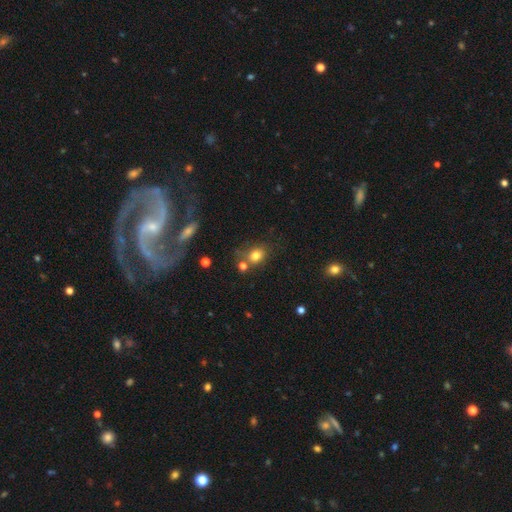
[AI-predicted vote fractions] A smooth galaxy with no disk features (77%) that is round (59%). Merging: none (61%).